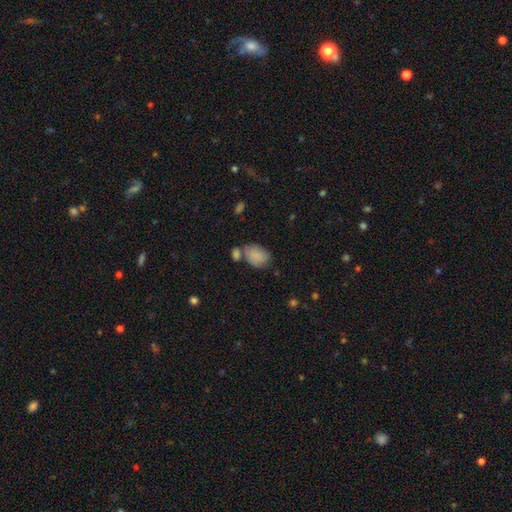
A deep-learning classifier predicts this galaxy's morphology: Smooth or featured?
  - smooth: 85% *
  - star or artifact: 8%
  - featured or disk: 8%
How rounded?
  - in between: 81% *
  - round: 18%
  - cigar-shaped: 1%
Merging?
  - none: 52% *
  - merger: 23%
  - minor disturbance: 19%
  - major disturbance: 7%